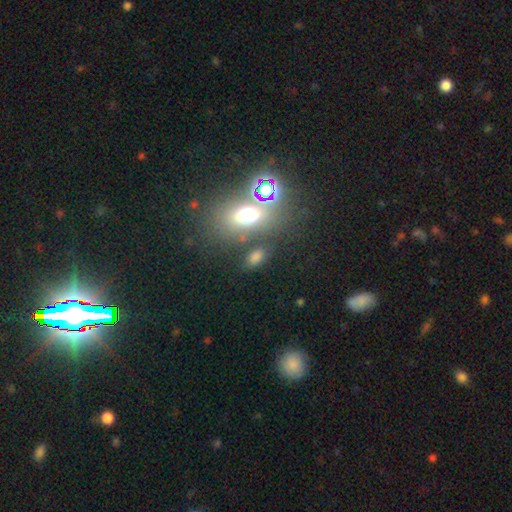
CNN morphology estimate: type=smooth (54%); roundness=in between (73%); merging=none (65%).